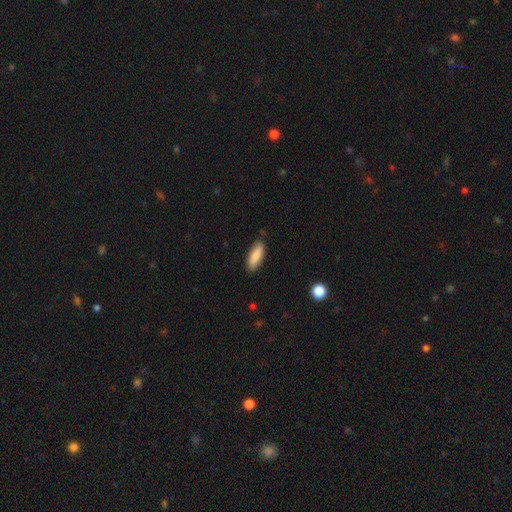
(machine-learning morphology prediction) Q: Smooth or featured?
A: smooth (85%); runner-up: featured or disk (9%)
Q: How rounded?
A: in between (61%); runner-up: cigar-shaped (37%)
Q: Merging?
A: none (86%); runner-up: minor disturbance (11%)